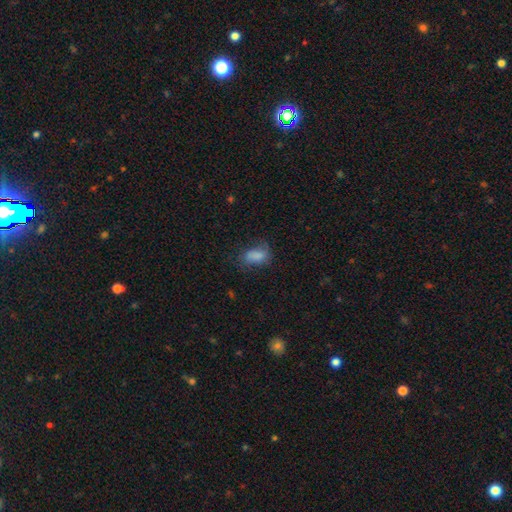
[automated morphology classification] A smooth galaxy with no disk features (76%) that is in between round and cigar-shaped (87%).

Vote fractions:
- Smooth or featured? smooth: 76% / featured or disk: 14% / star or artifact: 10%
- How rounded? in between: 87% / round: 10% / cigar-shaped: 3%
- Merging? none: 51% / minor disturbance: 28% / major disturbance: 19% / merger: 2%